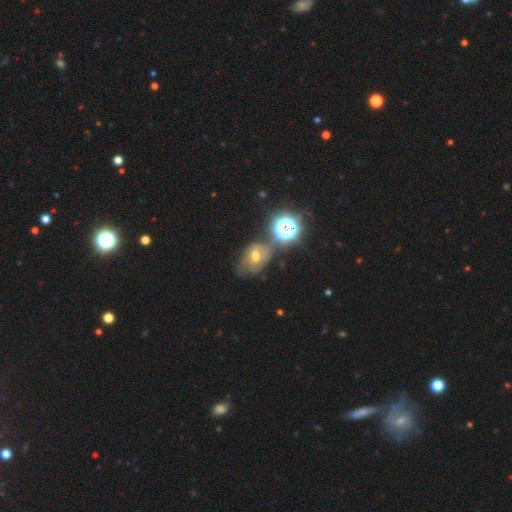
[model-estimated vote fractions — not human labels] Smooth or featured?
  - smooth: 37% *
  - featured or disk: 35%
  - star or artifact: 28%
Merging?
  - none: 45% *
  - minor disturbance: 23%
  - merger: 17%
  - major disturbance: 15%